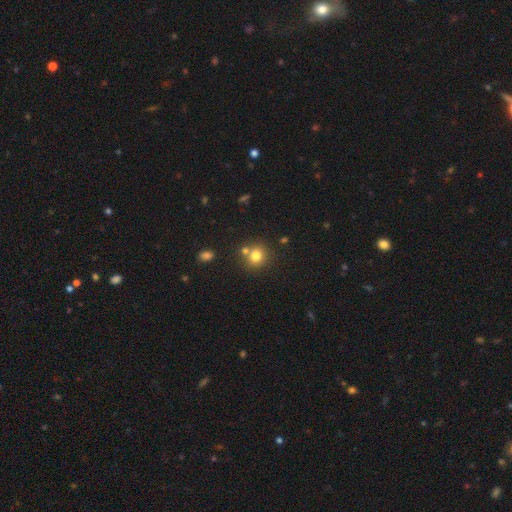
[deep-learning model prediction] Smooth or featured? Predicted: smooth (p=0.78). How rounded? Predicted: round (p=0.85). Merging? Predicted: none (p=0.66).